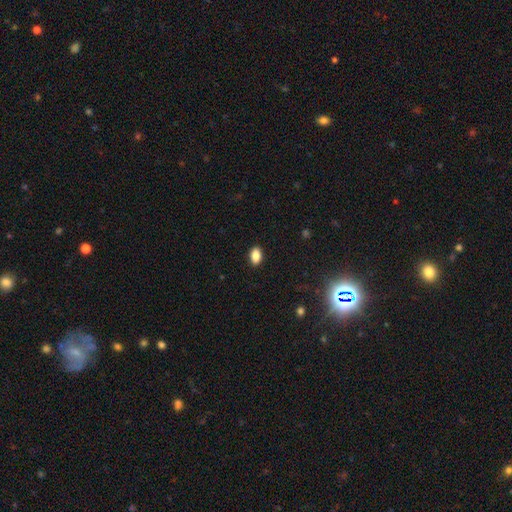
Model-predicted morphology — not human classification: A smooth galaxy with no disk features (86%) that is in between round and cigar-shaped (89%).

Vote fractions:
- Smooth or featured? smooth: 86% / star or artifact: 9% / featured or disk: 5%
- How rounded? in between: 89% / round: 9% / cigar-shaped: 2%
- Merging? none: 90% / minor disturbance: 8% / major disturbance: 2% / merger: 1%